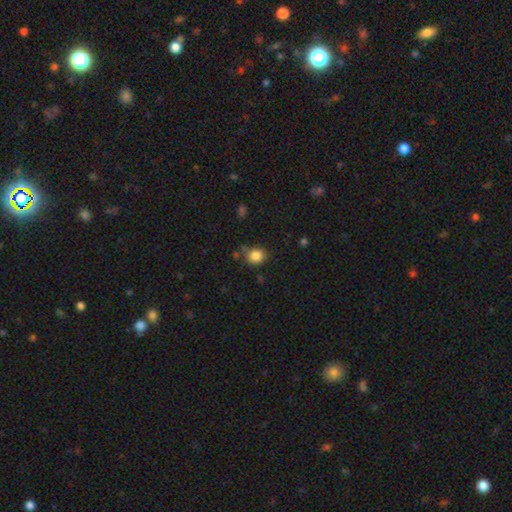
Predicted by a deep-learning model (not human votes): Smooth or featured? Predicted: smooth (p=0.85). How rounded? Predicted: round (p=0.76). Merging? Predicted: none (p=0.74).